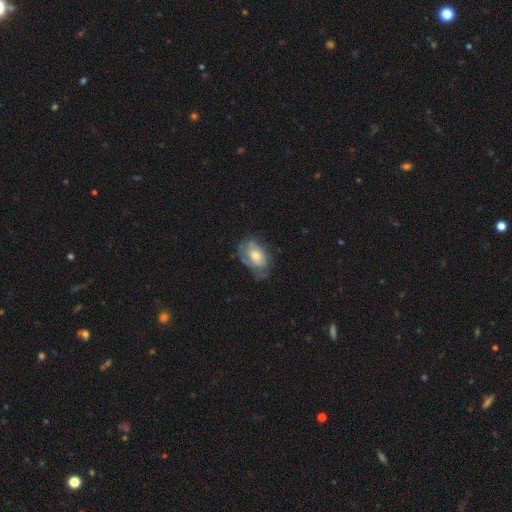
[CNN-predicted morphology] The model was most divided on "smooth or featured": featured or disk: 48%, smooth: 44%, star or artifact: 7%. More confident: merging — none (53%).